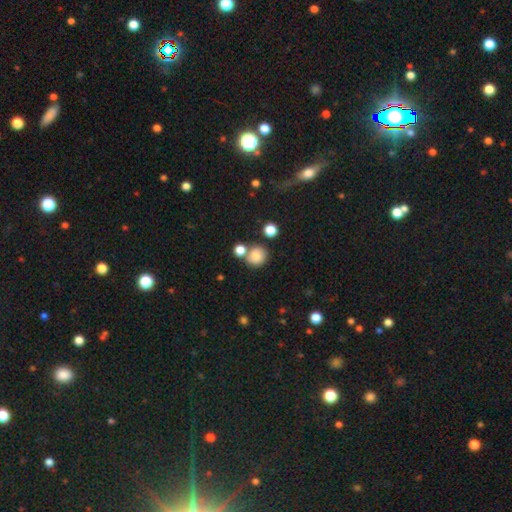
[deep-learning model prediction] Smooth or featured? Predicted: smooth (p=0.79). How rounded? Predicted: round (p=0.86). Merging? Predicted: none (p=0.60).